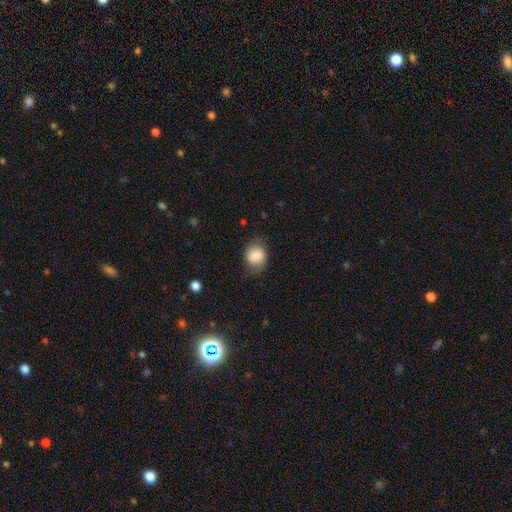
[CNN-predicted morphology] A smooth galaxy with no disk features (82%) that is round (55%). Merging: none (72%).